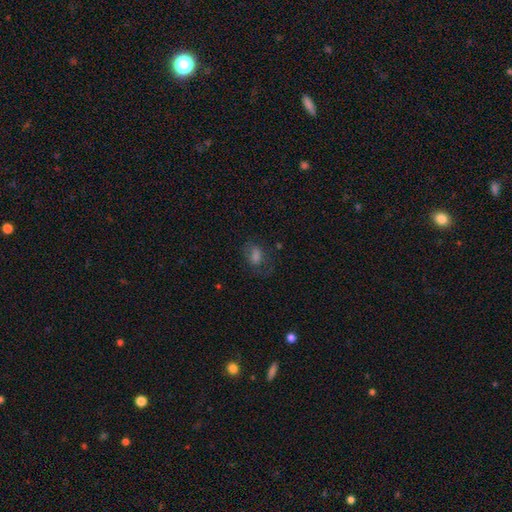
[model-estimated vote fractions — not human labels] smooth-or-featured: smooth: 57% | star or artifact: 22% | featured or disk: 21%
  how-rounded: in between: 75% | round: 22% | cigar-shaped: 3%
  merging: none: 59% | minor disturbance: 21% | major disturbance: 18% | merger: 2%